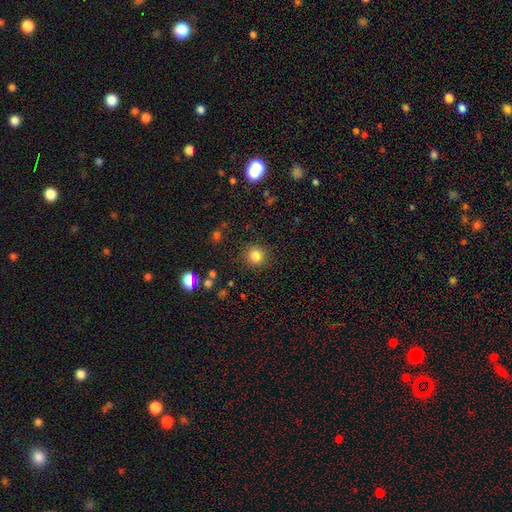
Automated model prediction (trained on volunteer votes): This appears to be a smooth galaxy with no disk features (83%) that is round (91%). Merging: none (88%).